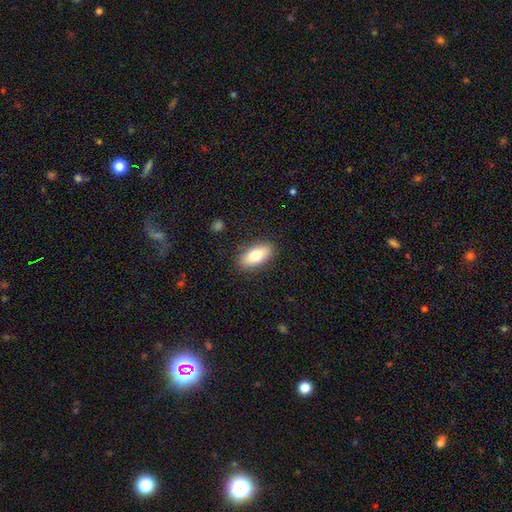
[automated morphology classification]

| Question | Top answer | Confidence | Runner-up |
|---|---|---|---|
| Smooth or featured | smooth | 76% | featured or disk (17%) |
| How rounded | in between | 87% | cigar-shaped (10%) |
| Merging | none | 88% | minor disturbance (9%) |